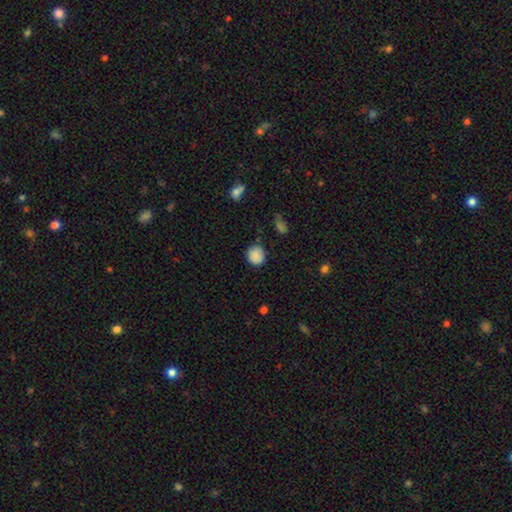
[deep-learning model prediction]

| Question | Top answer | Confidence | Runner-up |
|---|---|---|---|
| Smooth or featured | smooth | 86% | star or artifact (9%) |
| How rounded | round | 82% | in between (17%) |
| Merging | none | 82% | minor disturbance (13%) |